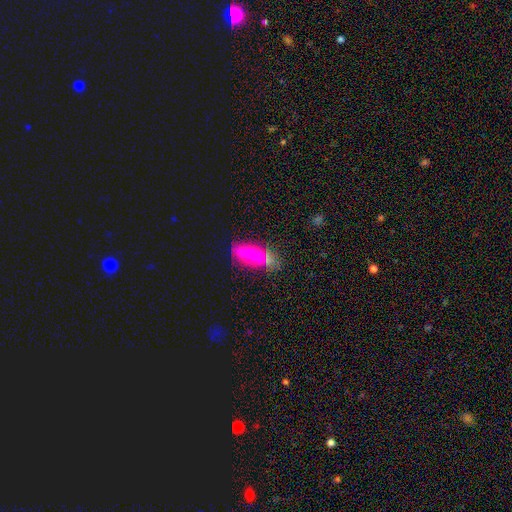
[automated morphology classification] Q: Smooth or featured?
A: smooth (77%); runner-up: featured or disk (13%)
Q: How rounded?
A: in between (75%); runner-up: cigar-shaped (21%)
Q: Merging?
A: none (71%); runner-up: minor disturbance (18%)